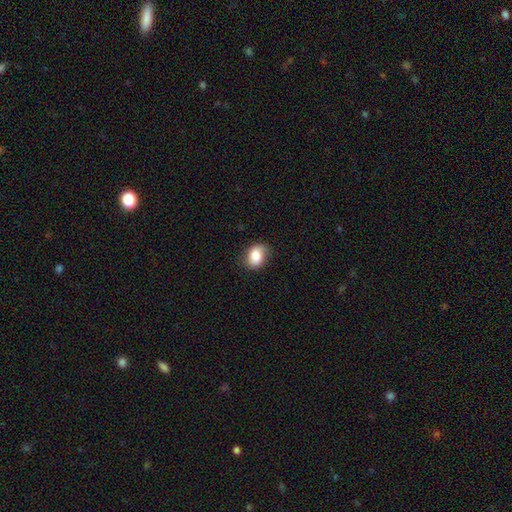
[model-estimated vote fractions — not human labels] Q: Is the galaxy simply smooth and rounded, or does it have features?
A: smooth — 82%.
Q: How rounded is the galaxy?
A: in between — 67%.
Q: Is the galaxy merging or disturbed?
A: none — 75%.